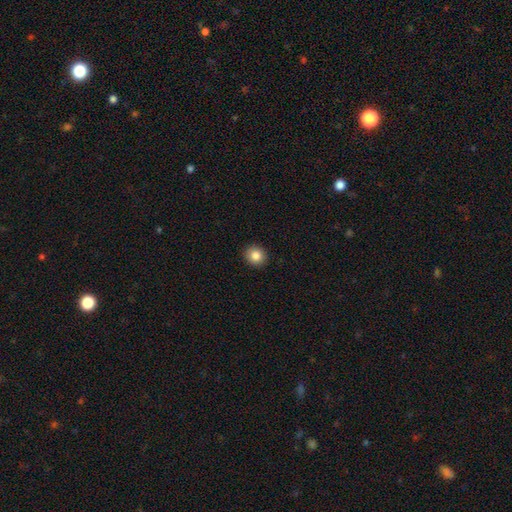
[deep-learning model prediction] smooth 85%, star or artifact 10%, featured or disk 5%. Down the decision tree: how rounded — round (84%); merging — none (92%).